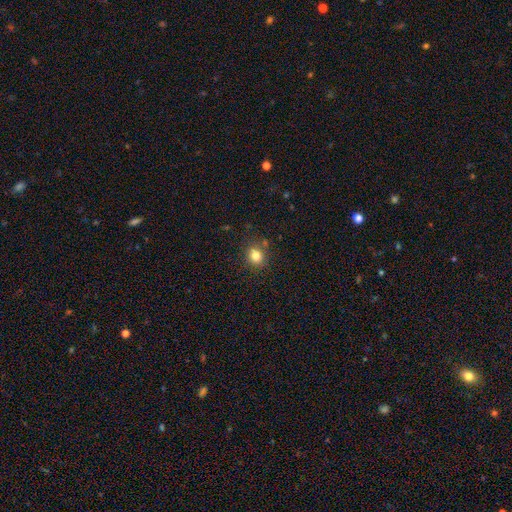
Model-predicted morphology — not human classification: smooth_or_featured: smooth (p=0.81) [alt: star or artifact p=0.12]
how_rounded: round (p=0.69) [alt: in between p=0.30]
merging: none (p=0.81) [alt: minor disturbance p=0.12]